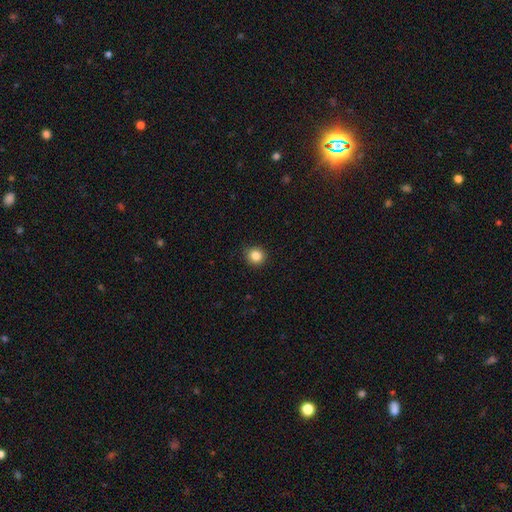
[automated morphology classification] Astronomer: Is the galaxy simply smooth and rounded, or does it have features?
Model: smooth — 84%.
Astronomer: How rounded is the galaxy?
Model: round — 91%.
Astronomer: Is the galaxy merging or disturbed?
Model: none — 88%.